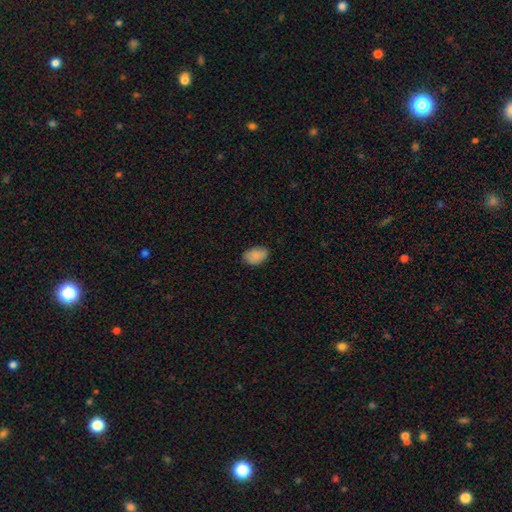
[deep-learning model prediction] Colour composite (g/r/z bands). It shows a smooth galaxy with no disk features (88%) that is in between round and cigar-shaped (87%). Merging: none (81%).